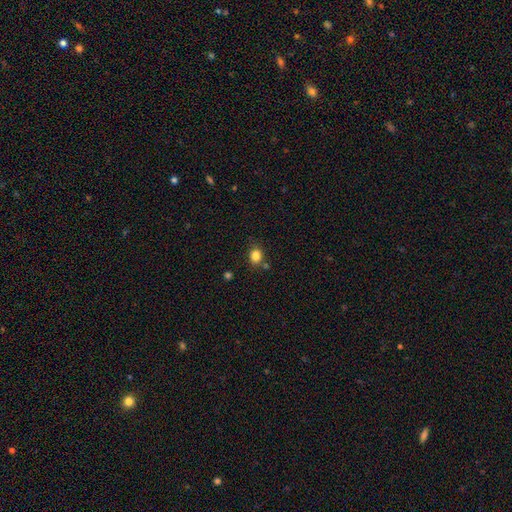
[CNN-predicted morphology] The model was most divided on "how rounded": round: 55%, in between: 44%, cigar-shaped: 1%. More confident: smooth or featured — smooth (83%); merging — none (74%).